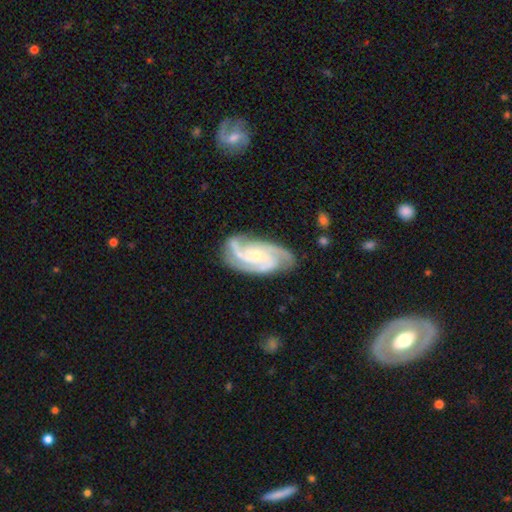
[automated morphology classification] This is clearly a featured or disk galaxy (91%). It is clearly not viewed edge-on (97%). Bar: likely no (63%). Spiral arm pattern: clearly yes (99%). Spiral arm count: possibly 3 (60%). Spiral winding: possibly tight (51%). Central bulge: likely small (75%). Merging: likely none (77%).